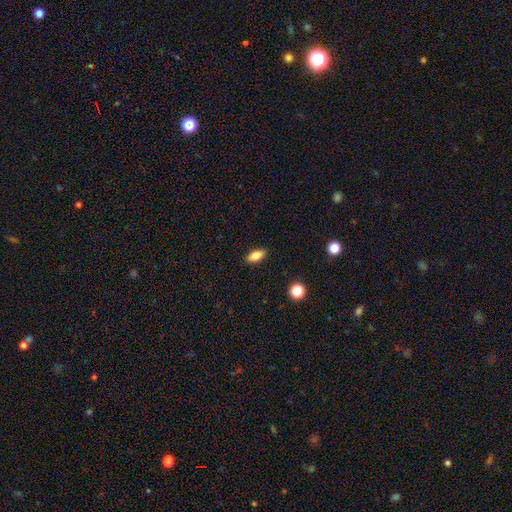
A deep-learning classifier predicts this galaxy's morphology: This appears to be a smooth galaxy with no disk features (78%) that is in between round and cigar-shaped (82%). Merging: none (89%).